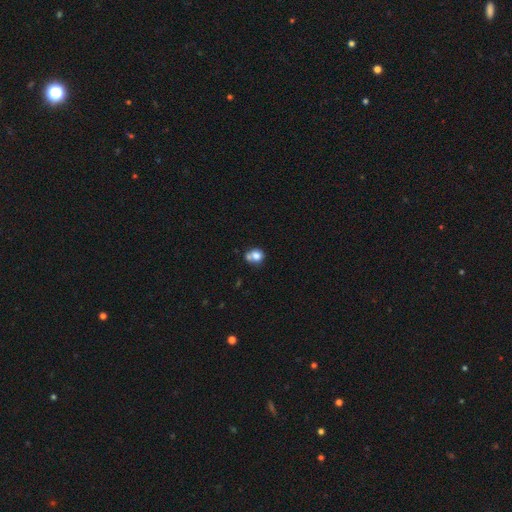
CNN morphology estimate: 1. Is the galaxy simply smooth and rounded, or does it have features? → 77% smooth, 13% featured or disk, 10% star or artifact.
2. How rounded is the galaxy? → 71% round, 28% in between, 1% cigar-shaped.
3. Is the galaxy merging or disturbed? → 42% none, 37% merger, 15% minor disturbance, 6% major disturbance.